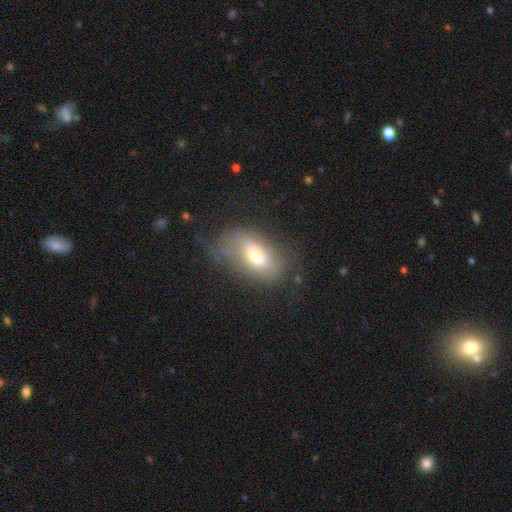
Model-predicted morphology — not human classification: A smooth galaxy with no disk features (60%) that is in between round and cigar-shaped (88%). Merging: none (49%).